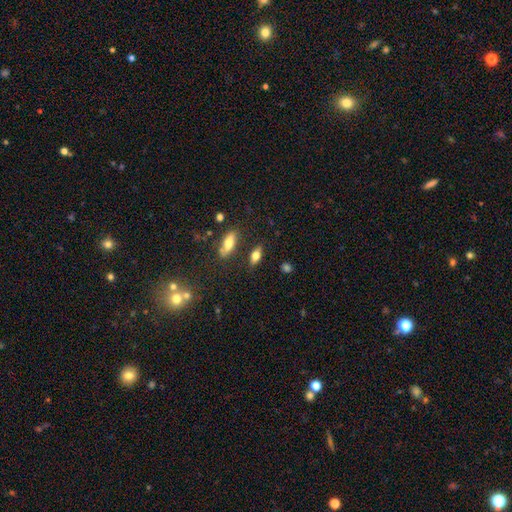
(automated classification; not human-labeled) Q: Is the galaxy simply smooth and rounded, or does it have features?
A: smooth — 66%.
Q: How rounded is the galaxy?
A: in between — 75%.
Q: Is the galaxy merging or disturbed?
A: none — 79%.